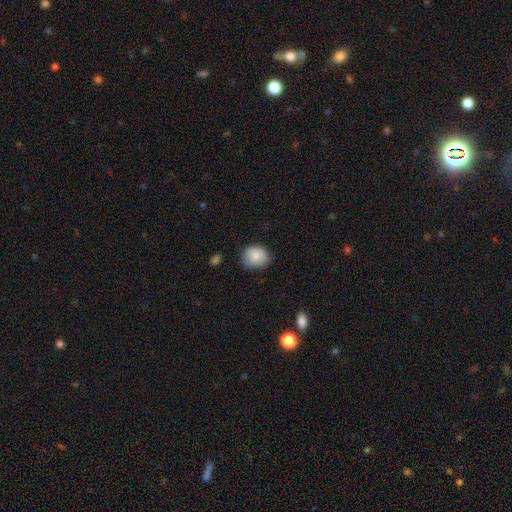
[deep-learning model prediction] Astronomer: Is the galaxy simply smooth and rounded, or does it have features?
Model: smooth — 85%.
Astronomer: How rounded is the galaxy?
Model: round — 68%.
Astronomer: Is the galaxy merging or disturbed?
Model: none — 77%.